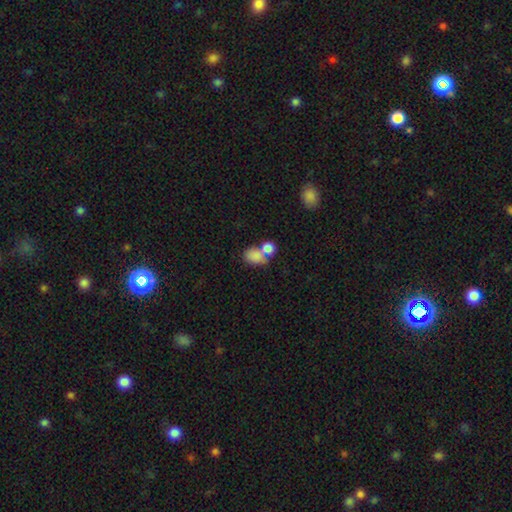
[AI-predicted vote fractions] This is clearly a smooth galaxy (82%). How rounded: likely in between (68%). Merging: possibly merger (52%).